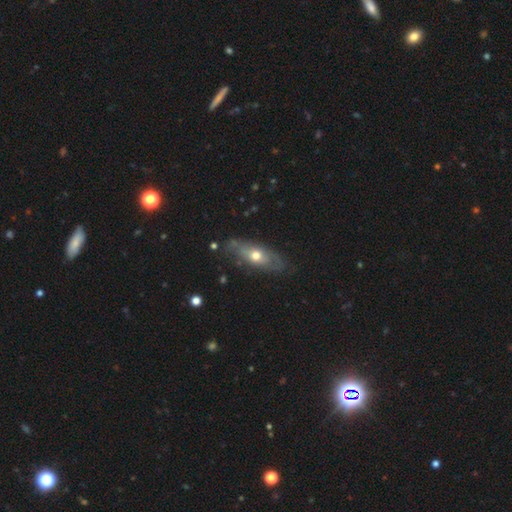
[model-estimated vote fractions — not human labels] Smooth or featured? Predicted: featured or disk (p=0.52). Edge-on disk? Predicted: no (p=0.68). Merging? Predicted: none (p=0.70).